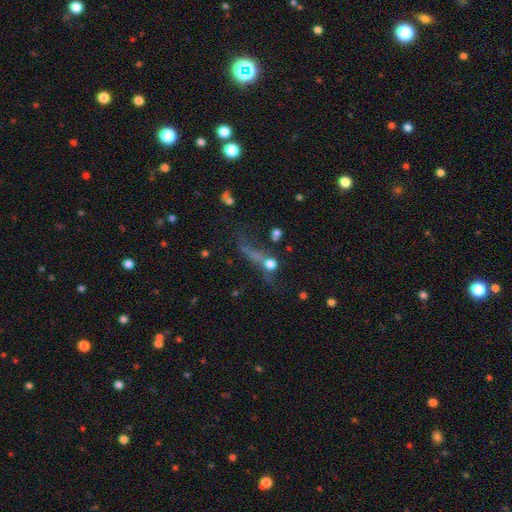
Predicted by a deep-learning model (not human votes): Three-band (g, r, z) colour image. It shows a smooth galaxy with no disk features (36%). Merging: none (38%).